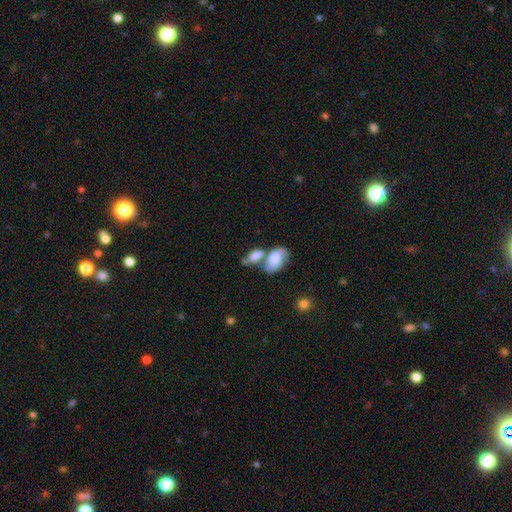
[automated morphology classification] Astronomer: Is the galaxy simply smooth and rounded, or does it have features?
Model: smooth — 69%.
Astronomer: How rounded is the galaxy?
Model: in between — 89%.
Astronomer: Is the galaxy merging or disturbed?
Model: merger — 62%.